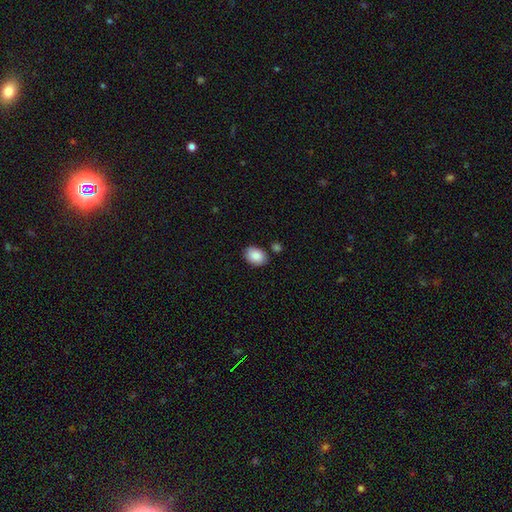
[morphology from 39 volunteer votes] This is clearly a smooth galaxy (100%). How rounded: likely in between (79%). Merging: clearly none (87%).